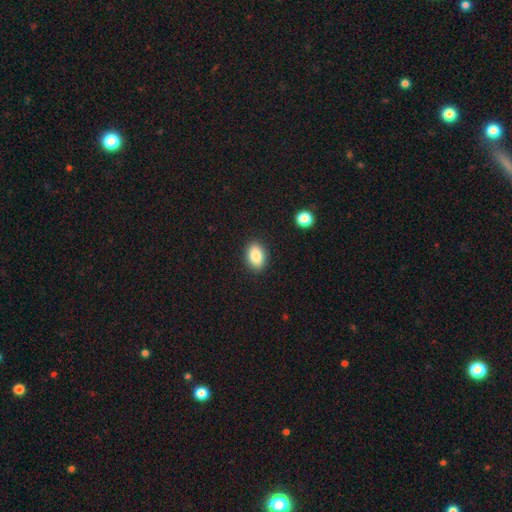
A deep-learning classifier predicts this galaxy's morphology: This is clearly a smooth galaxy (86%). How rounded: clearly in between (83%). Merging: clearly none (89%).